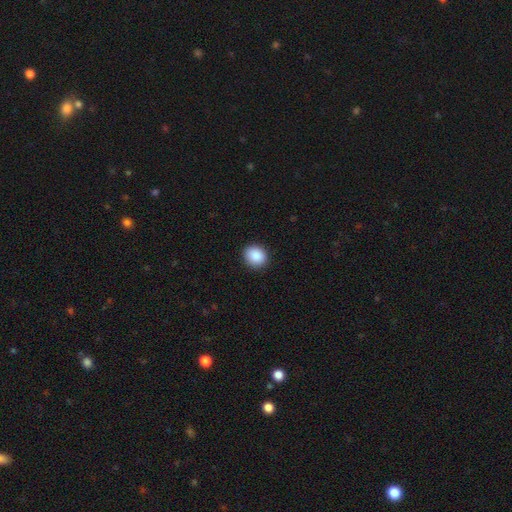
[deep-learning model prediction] Smooth or featured?
  - smooth: 88% *
  - star or artifact: 8%
  - featured or disk: 4%
How rounded?
  - round: 70% *
  - in between: 29%
  - cigar-shaped: 1%
Merging?
  - none: 91% *
  - minor disturbance: 6%
  - major disturbance: 2%
  - merger: 1%